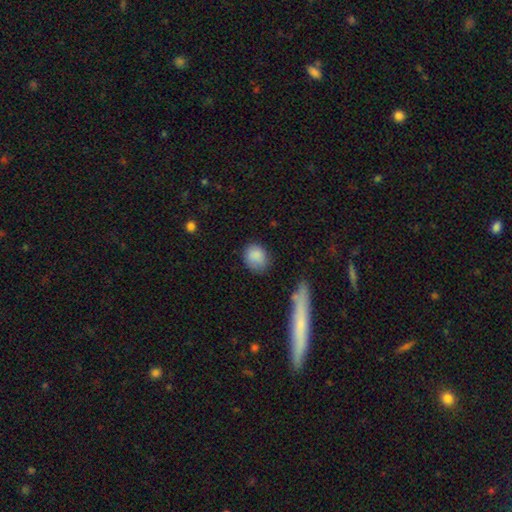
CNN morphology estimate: Smooth or featured?
  - smooth: 85% *
  - star or artifact: 8%
  - featured or disk: 6%
How rounded?
  - round: 61% *
  - in between: 37%
  - cigar-shaped: 2%
Merging?
  - none: 68% *
  - minor disturbance: 23%
  - major disturbance: 6%
  - merger: 3%